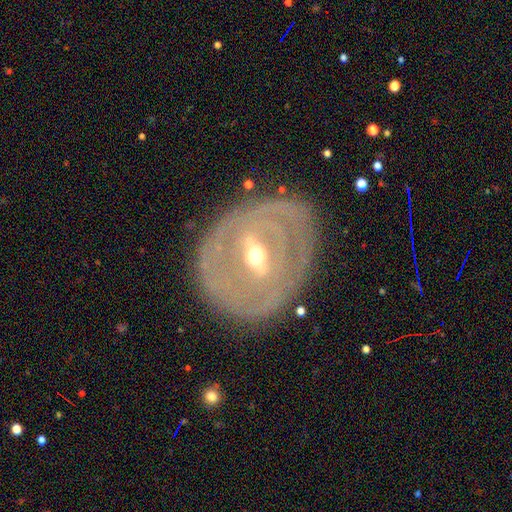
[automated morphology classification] This appears to be a featured or disk galaxy (83%) with a strong bar (53%), spiral arms (56%) and a moderate central bulge (56%). Merging: none (79%).